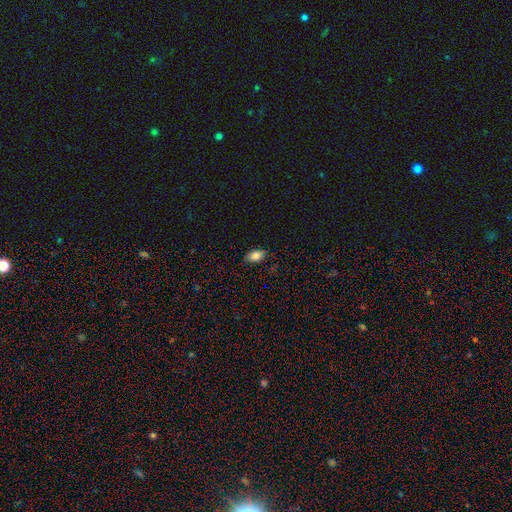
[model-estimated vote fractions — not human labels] Smooth or featured? smooth (82%)
How rounded? in between (87%)
Merging? none (79%)